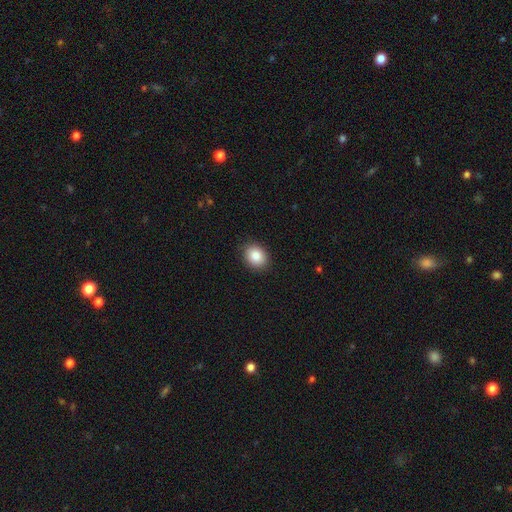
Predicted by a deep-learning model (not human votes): smooth_or_featured: smooth (p=0.86) [alt: star or artifact p=0.08]
how_rounded: round (p=0.51) [alt: in between p=0.48]
merging: none (p=0.90) [alt: minor disturbance p=0.07]